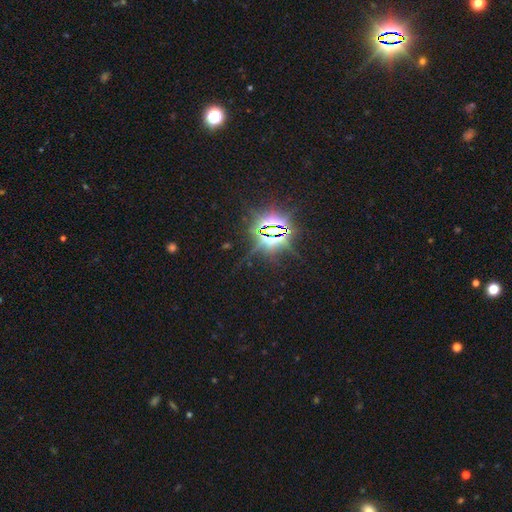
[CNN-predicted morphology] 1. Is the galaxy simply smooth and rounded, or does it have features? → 85% star or artifact, 9% smooth, 6% featured or disk.